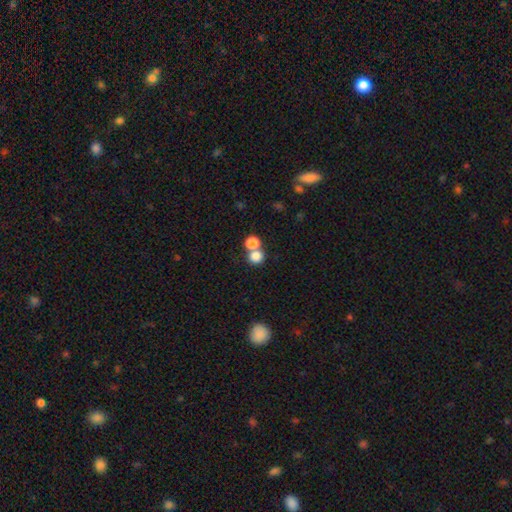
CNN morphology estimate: This appears to be a smooth galaxy with no disk features (80%) that is round (83%). Merging: none (47%).